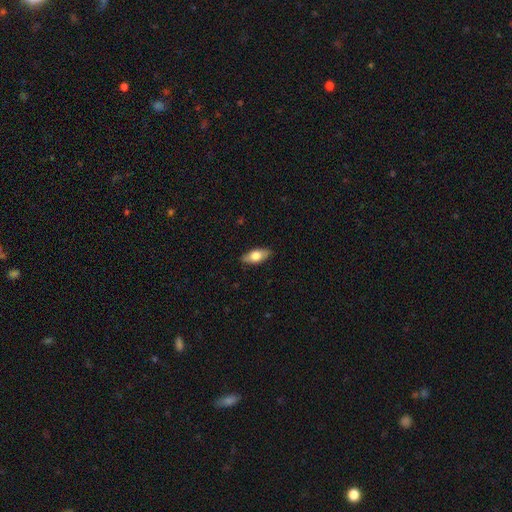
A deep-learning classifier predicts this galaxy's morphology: This appears to be a smooth galaxy with no disk features (70%) that is in between round and cigar-shaped (86%). Merging: none (86%).